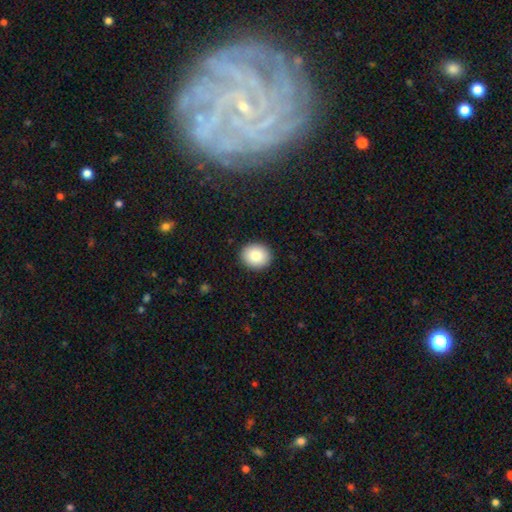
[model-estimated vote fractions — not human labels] Smooth or featured? Predicted: smooth (p=0.86). How rounded? Predicted: round (p=0.74). Merging? Predicted: none (p=0.91).